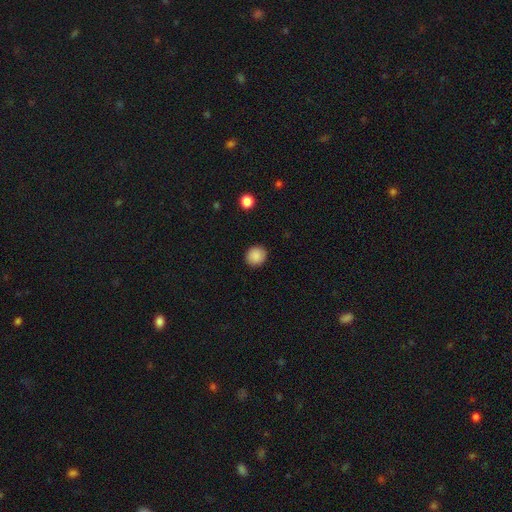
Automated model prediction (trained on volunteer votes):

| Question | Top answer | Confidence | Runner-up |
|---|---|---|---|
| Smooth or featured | smooth | 88% | star or artifact (9%) |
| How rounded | round | 87% | in between (12%) |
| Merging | none | 90% | minor disturbance (7%) |